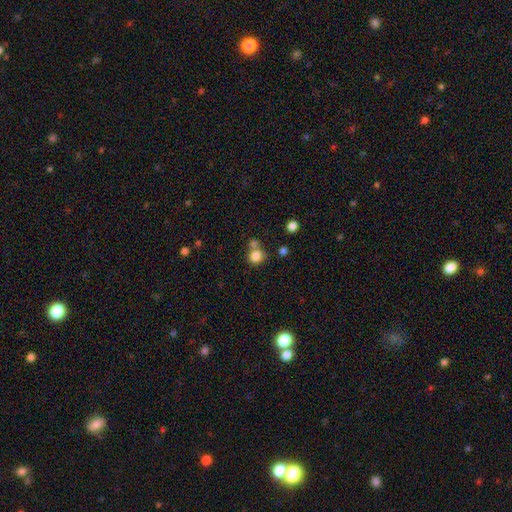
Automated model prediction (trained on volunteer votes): A smooth galaxy with no disk features (82%) that is round (83%).

Vote fractions:
- Smooth or featured? smooth: 82% / star or artifact: 11% / featured or disk: 7%
- How rounded? round: 83% / in between: 16% / cigar-shaped: 1%
- Merging? none: 54% / merger: 31% / minor disturbance: 10% / major disturbance: 4%